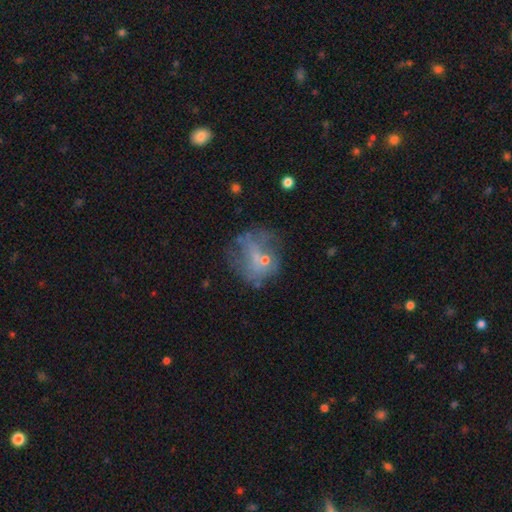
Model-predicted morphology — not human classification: The model was most divided on "smooth or featured": featured or disk: 42%, smooth: 37%, star or artifact: 21%. Remaining: merging — none (50%).